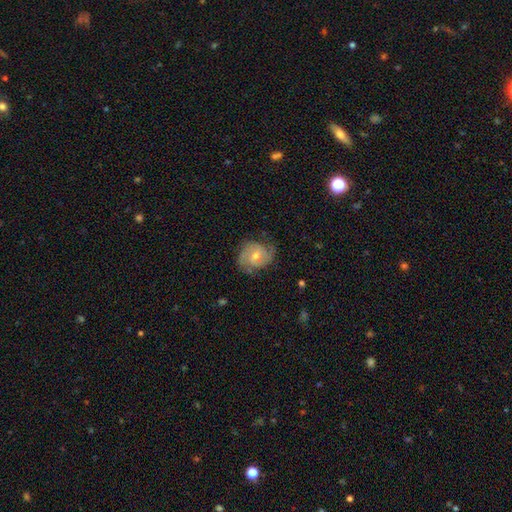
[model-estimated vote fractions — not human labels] smooth-or-featured: featured or disk: 75% | smooth: 18% | star or artifact: 8%
  disk-edge-on: no: 97% | yes: 3%
    bar: no: 57% | weak: 35% | strong: 7%
    has-spiral-arms: yes: 93% | no: 7%
      spiral-winding: tight: 46% | medium: 42% | loose: 12%
      spiral-arm-count: 2: 59% | can't tell: 17% | 3: 16% | 1: 3% | 4: 3% | more than 4: 3%
    bulge-size: moderate: 53% | small: 43% | large: 2% | none: 1% | dominant: 1%
  merging: none: 73% | minor disturbance: 19% | major disturbance: 7% | merger: 1%